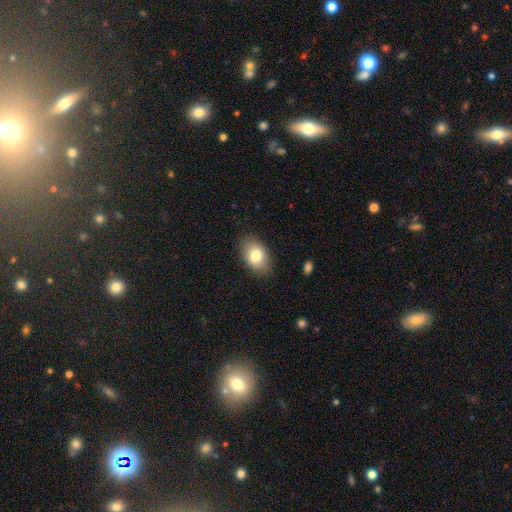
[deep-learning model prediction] The model was most divided on "smooth or featured": smooth: 81%, featured or disk: 11%, star or artifact: 8%. More confident: how rounded — in between (87%); merging — none (84%).